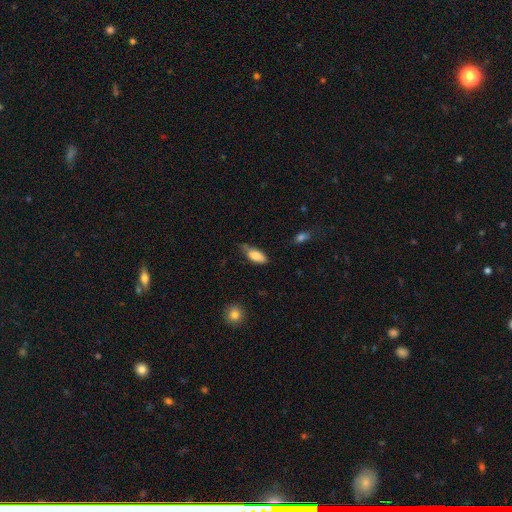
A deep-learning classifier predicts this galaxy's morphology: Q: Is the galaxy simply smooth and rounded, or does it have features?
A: smooth — 83%.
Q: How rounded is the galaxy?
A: in between — 84%.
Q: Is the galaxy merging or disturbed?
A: none — 50%.